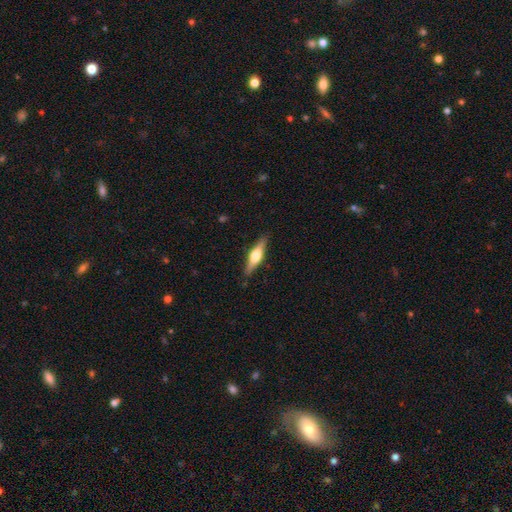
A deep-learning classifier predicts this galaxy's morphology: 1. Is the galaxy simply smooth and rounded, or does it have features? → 61% featured or disk, 33% smooth, 6% star or artifact.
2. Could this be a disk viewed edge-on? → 96% yes, 4% no.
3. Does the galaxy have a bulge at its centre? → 93% rounded, 5% boxy, 2% none.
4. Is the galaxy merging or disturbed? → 88% none, 9% minor disturbance, 2% major disturbance, 1% merger.